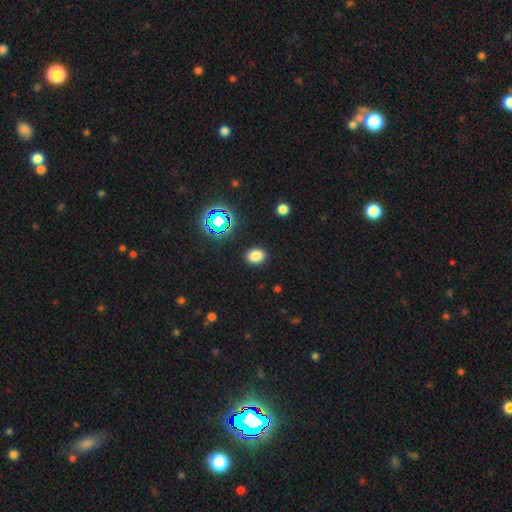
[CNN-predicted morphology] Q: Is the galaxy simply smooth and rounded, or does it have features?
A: smooth — 77%.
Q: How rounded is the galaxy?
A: in between — 58%.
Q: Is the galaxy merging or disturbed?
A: none — 88%.